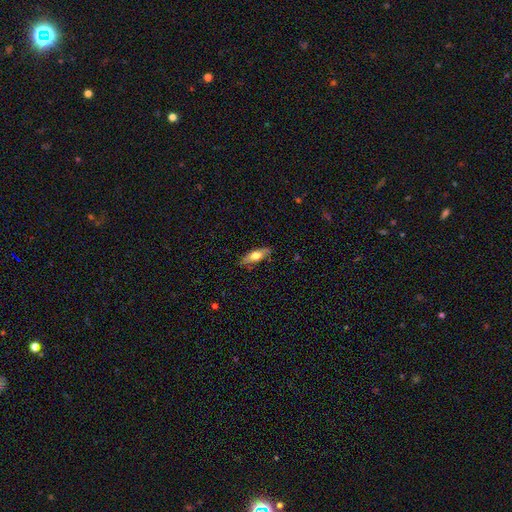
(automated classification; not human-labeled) smooth 60%, featured or disk 34%, star or artifact 6%. Down the decision tree: how rounded — in between (61%); merging — none (81%).